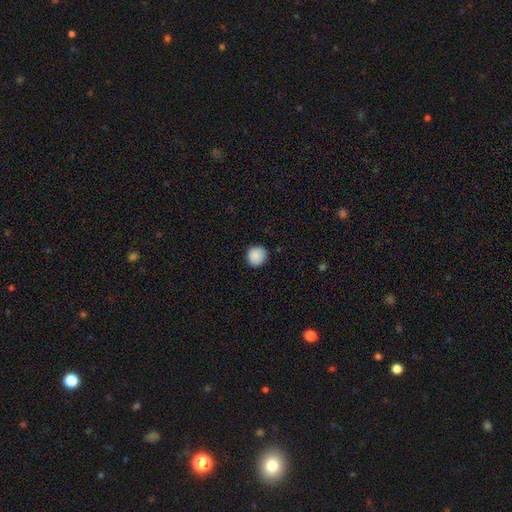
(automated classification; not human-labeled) A smooth galaxy with no disk features (89%) that is round (91%). Merging: none (89%).